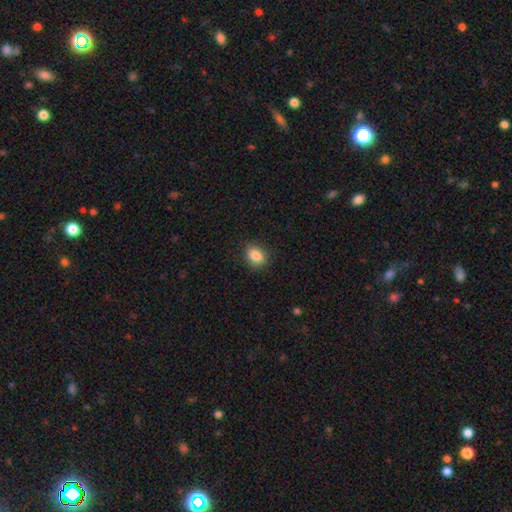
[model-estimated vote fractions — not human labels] Morphology: type=smooth (85%); roundness=in between (60%); merging=none (83%).